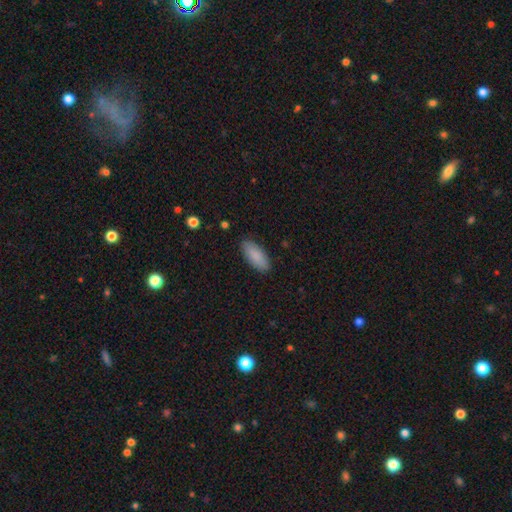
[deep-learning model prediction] A smooth galaxy with no disk features (88%) that is in between round and cigar-shaped (84%). Merging: none (88%).